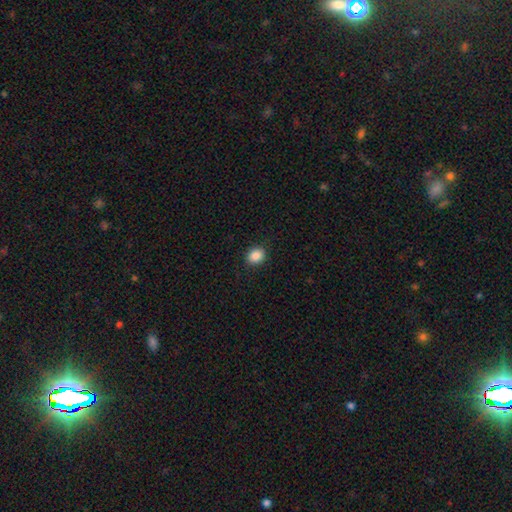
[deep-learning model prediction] A smooth galaxy with no disk features (88%) that is round (52%). Merging: none (89%).